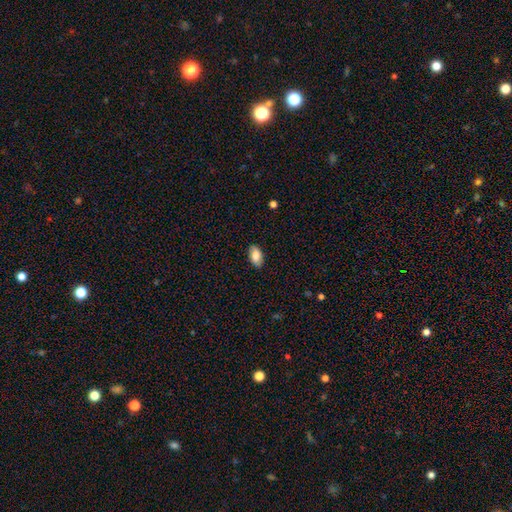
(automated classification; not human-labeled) smooth 81%, featured or disk 12%, star or artifact 7%. Down the decision tree: how rounded — in between (94%); merging — none (87%).